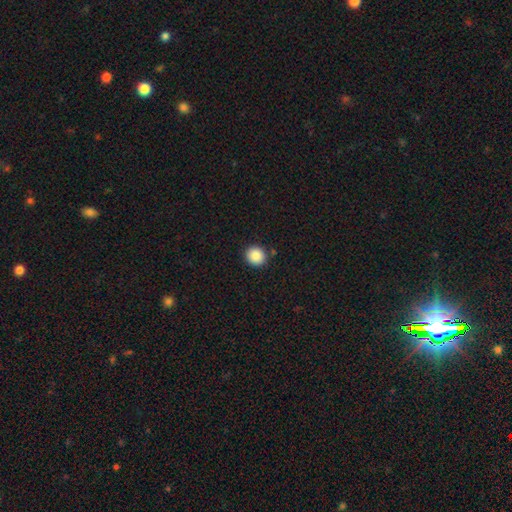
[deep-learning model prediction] Morphology: type=smooth (88%); roundness=round (89%); merging=none (89%).